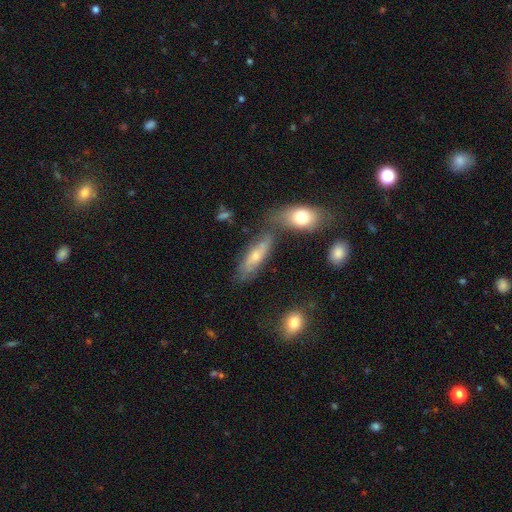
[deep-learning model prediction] Smooth or featured? smooth (52%)
How rounded? in between (53%)
Merging? none (57%)